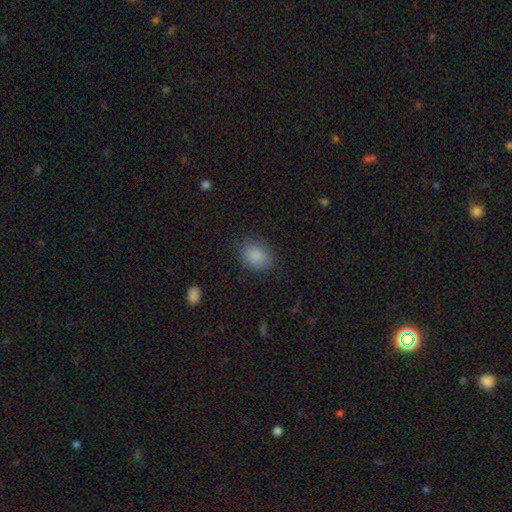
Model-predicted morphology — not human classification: Smooth or featured? Predicted: smooth (p=0.87). How rounded? Predicted: in between (p=0.54). Merging? Predicted: none (p=0.79).